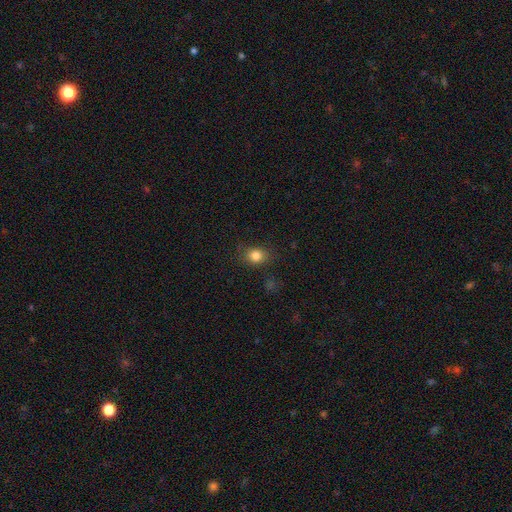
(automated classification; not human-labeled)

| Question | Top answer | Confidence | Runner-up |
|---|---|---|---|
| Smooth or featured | smooth | 82% | star or artifact (11%) |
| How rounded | round | 59% | in between (40%) |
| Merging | none | 80% | minor disturbance (14%) |